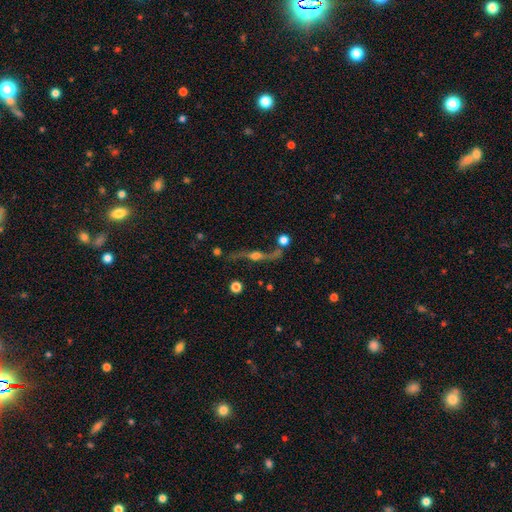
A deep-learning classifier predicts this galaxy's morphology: Q: Smooth or featured?
A: featured or disk (80%); runner-up: smooth (11%)
Q: Edge-on disk?
A: yes (56%); runner-up: no (44%)
Q: Merging?
A: none (56%); runner-up: minor disturbance (17%)